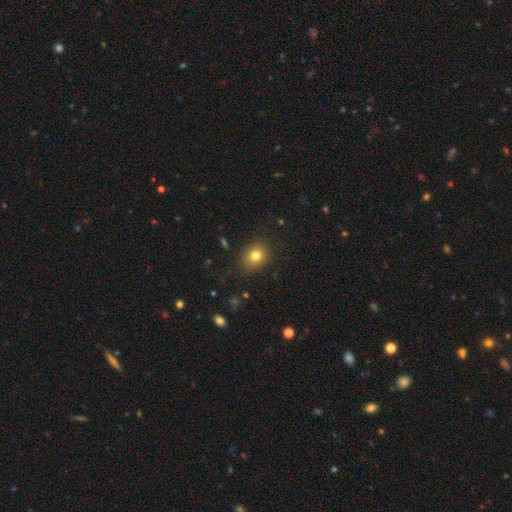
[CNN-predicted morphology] smooth 79%, star or artifact 12%, featured or disk 8%. Down the decision tree: how rounded — round (56%); merging — none (84%).